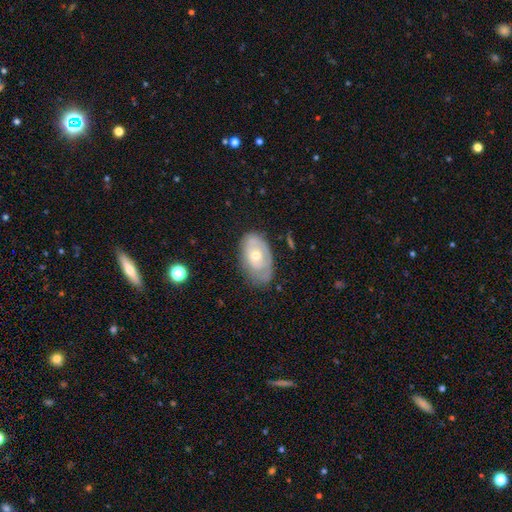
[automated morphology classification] The model was most divided on "smooth or featured": featured or disk: 53%, smooth: 41%, star or artifact: 6%. More confident: edge-on disk — no (93%); merging — none (62%).